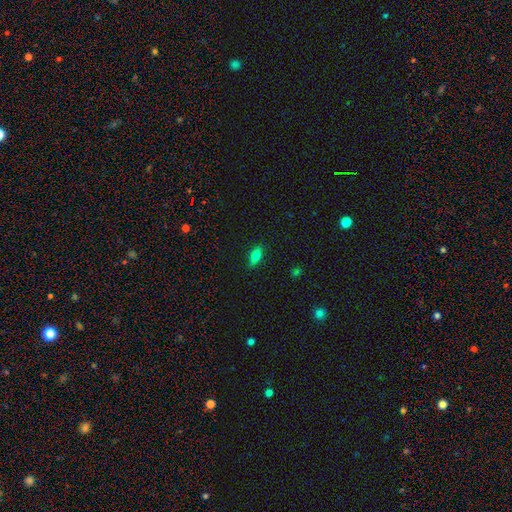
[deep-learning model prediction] Smooth or featured? Predicted: smooth (p=0.75). How rounded? Predicted: in between (p=0.76). Merging? Predicted: none (p=0.86).